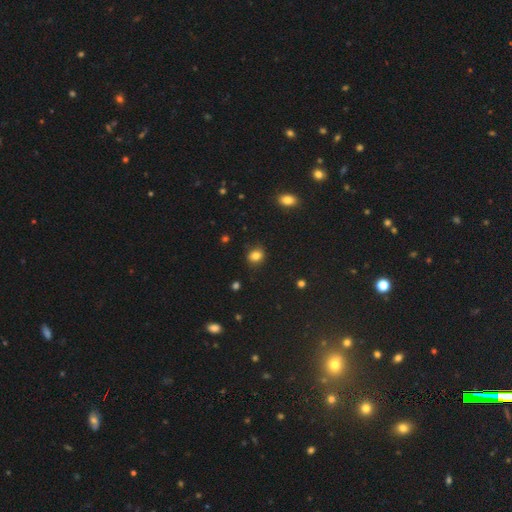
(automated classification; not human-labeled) smooth 83%, star or artifact 12%, featured or disk 6%. Down the decision tree: how rounded — round (59%); merging — none (84%).